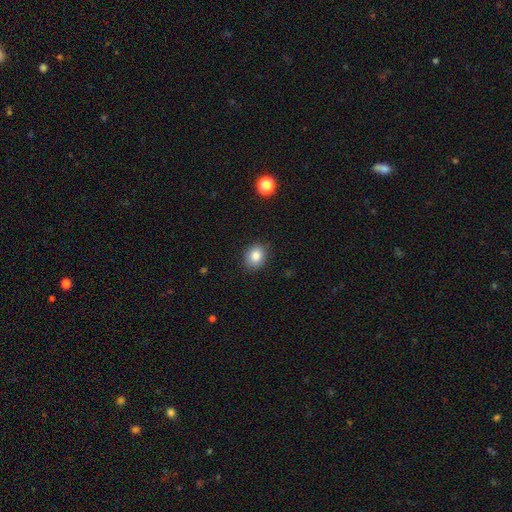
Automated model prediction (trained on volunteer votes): Overall: smooth (83%). How rounded: round (59%; in between 41%). Merging: none (87%).